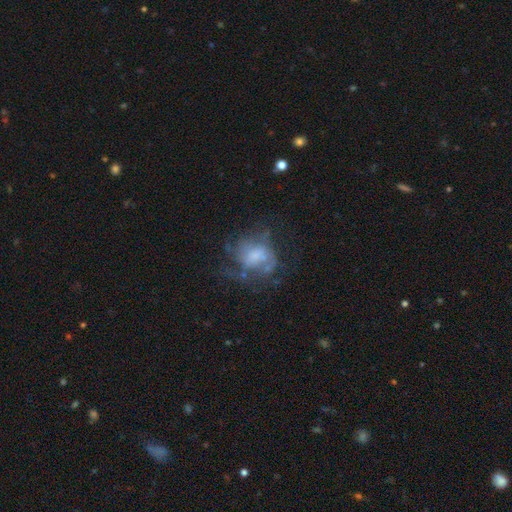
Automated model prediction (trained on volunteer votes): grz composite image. It shows a featured or disk galaxy (59%) with no bar (68%), spiral arms (57%) and a moderate central bulge (34%). Merging: none (42%).